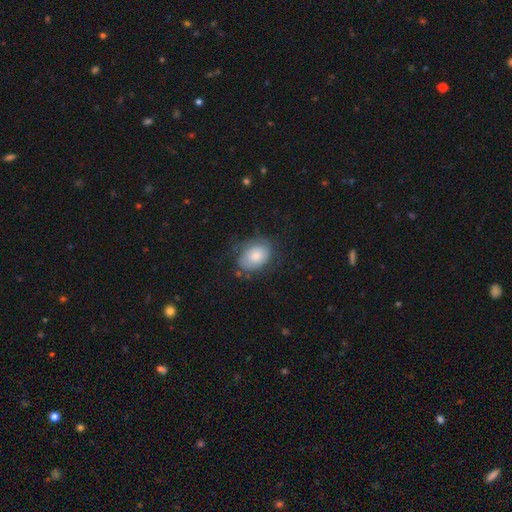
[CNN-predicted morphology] smooth-or-featured: smooth: 73% | featured or disk: 20% | star or artifact: 7%
  how-rounded: in between: 77% | round: 22% | cigar-shaped: 1%
  merging: none: 64% | minor disturbance: 24% | major disturbance: 11% | merger: 2%